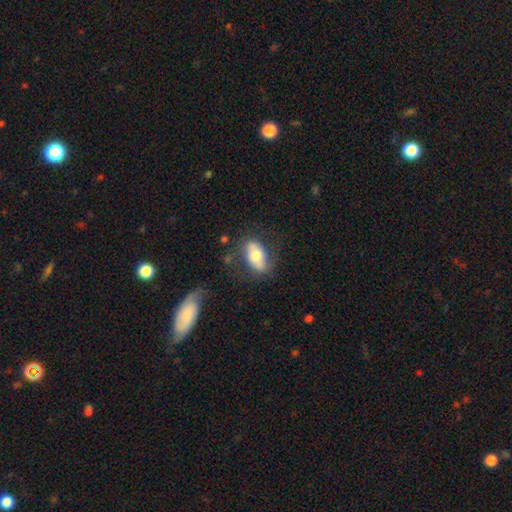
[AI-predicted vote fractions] Morphology: type=smooth (57%); roundness=in between (87%); merging=none (69%).